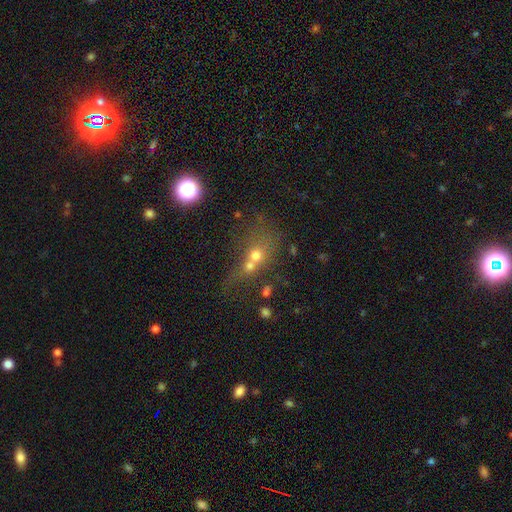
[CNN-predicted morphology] Smooth or featured? smooth (56%)
How rounded? round (67%)
Merging? merger (64%)